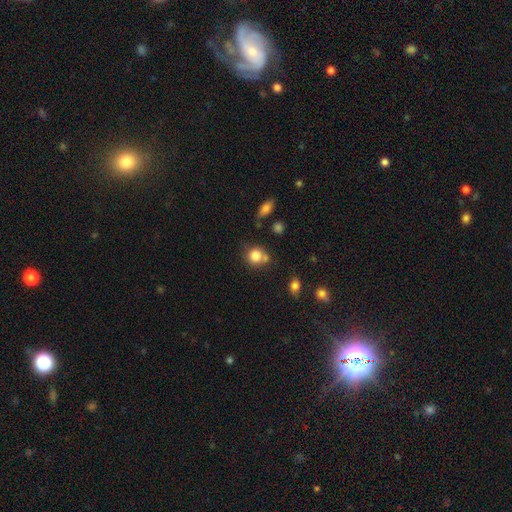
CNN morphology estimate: type=smooth (81%); roundness=round (83%); merging=none (57%).